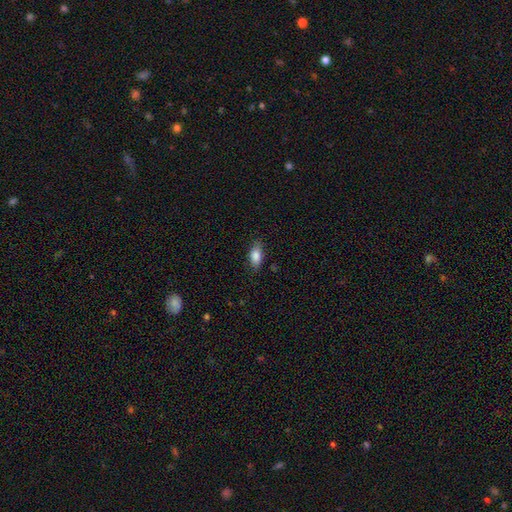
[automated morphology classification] Smooth or featured? Predicted: smooth (p=0.85). How rounded? Predicted: in between (p=0.86). Merging? Predicted: none (p=0.81).